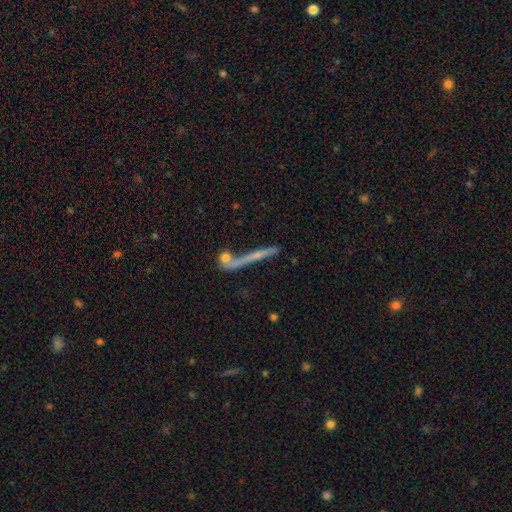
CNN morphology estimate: This is possibly a featured or disk galaxy (56%). It is clearly viewed edge-on (90%). Edge-on bulge: possibly none (52%). Merging: possibly none (58%).